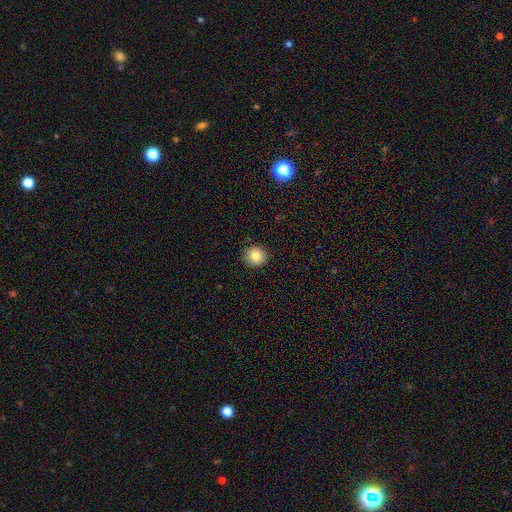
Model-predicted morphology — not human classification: smooth 84%, star or artifact 10%, featured or disk 6%. Down the decision tree: how rounded — round (95%); merging — none (90%).